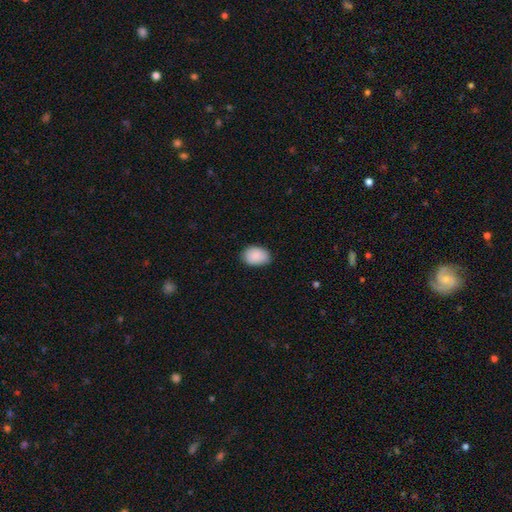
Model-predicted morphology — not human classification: Smooth or featured?
  - smooth: 89% *
  - star or artifact: 7%
  - featured or disk: 4%
How rounded?
  - in between: 79% *
  - round: 20%
  - cigar-shaped: 1%
Merging?
  - none: 76% *
  - minor disturbance: 20%
  - major disturbance: 3%
  - merger: 1%